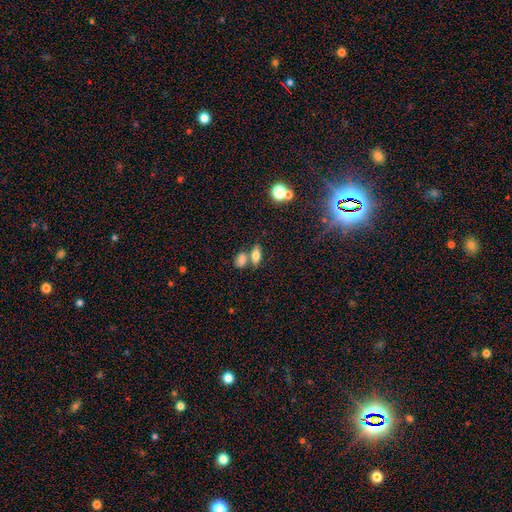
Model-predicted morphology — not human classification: Smooth or featured?
  - smooth: 75% *
  - featured or disk: 15%
  - star or artifact: 10%
How rounded?
  - in between: 79% *
  - cigar-shaped: 14%
  - round: 7%
Merging?
  - none: 50% *
  - merger: 36%
  - minor disturbance: 10%
  - major disturbance: 4%